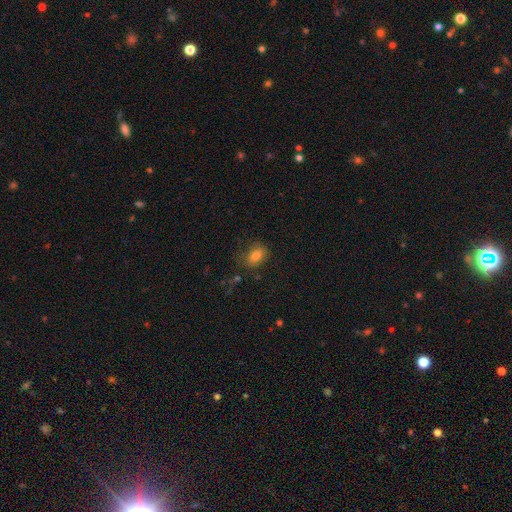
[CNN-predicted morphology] This is likely a smooth galaxy (78%). How rounded: likely in between (72%). Merging: likely none (68%).